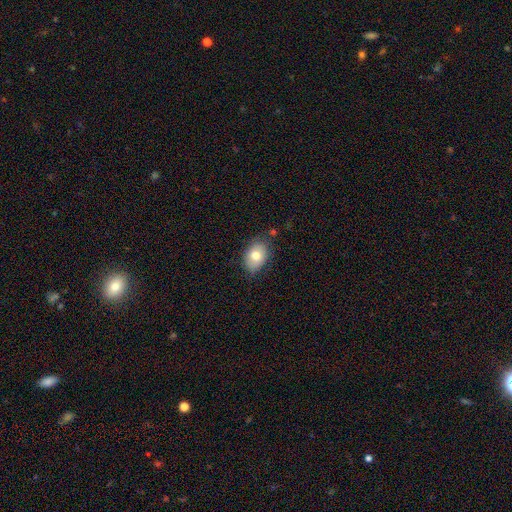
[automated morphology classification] Smooth or featured? smooth (77%)
How rounded? in between (82%)
Merging? none (76%)